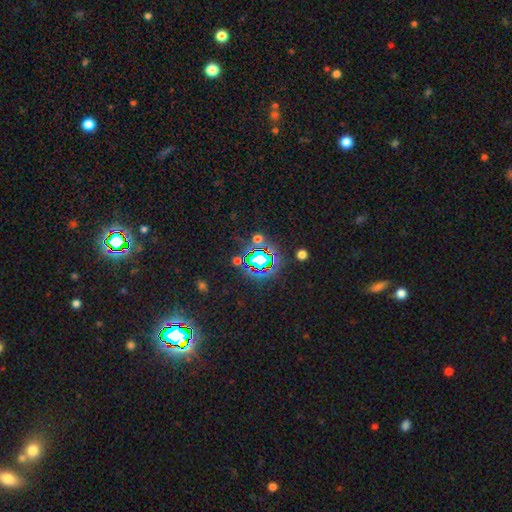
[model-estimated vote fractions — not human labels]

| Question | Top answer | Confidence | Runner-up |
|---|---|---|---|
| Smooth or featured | star or artifact | 71% | smooth (18%) |